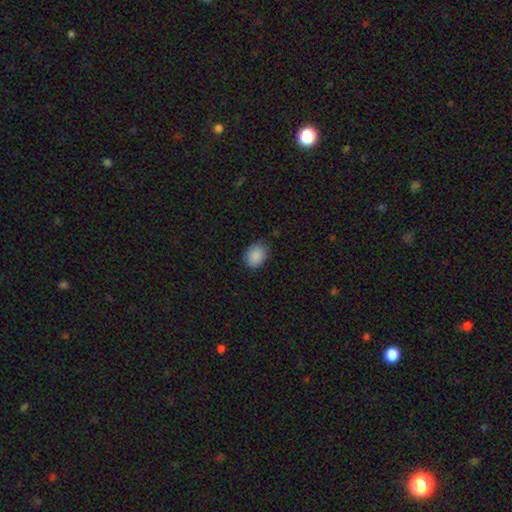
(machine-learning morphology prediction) type=smooth (89%); roundness=in between (56%); merging=none (79%).